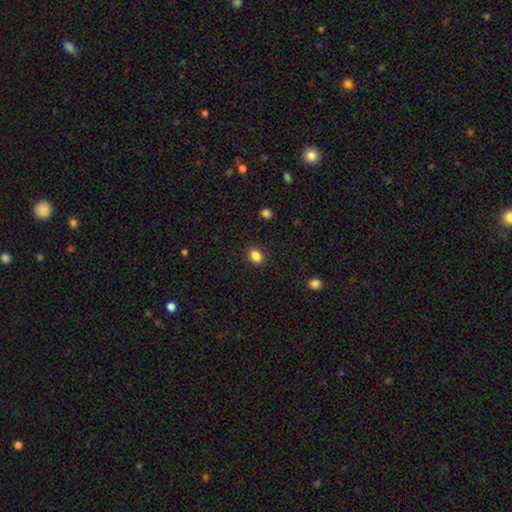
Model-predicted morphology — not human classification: This appears to be a smooth galaxy with no disk features (86%) that is in between round and cigar-shaped (50%). Merging: none (89%).